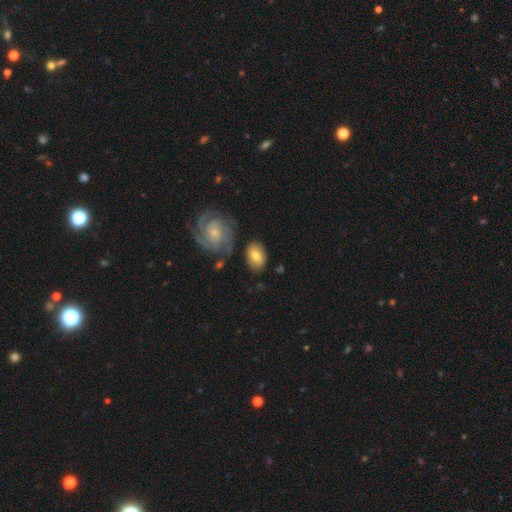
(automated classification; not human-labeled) smooth 62%, featured or disk 31%, star or artifact 6%. Down the decision tree: how rounded — in between (85%); merging — none (74%).